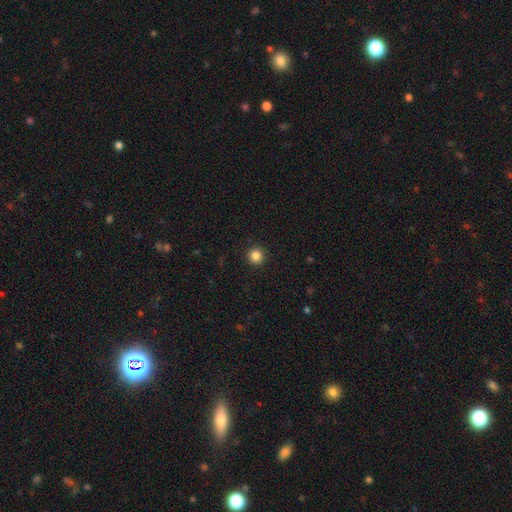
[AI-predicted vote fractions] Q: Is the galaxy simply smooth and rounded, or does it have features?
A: smooth — 85%.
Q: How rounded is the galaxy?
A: round — 95%.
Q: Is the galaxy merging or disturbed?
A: none — 93%.